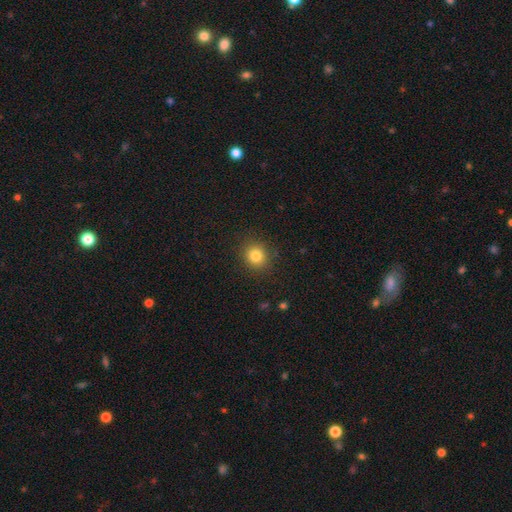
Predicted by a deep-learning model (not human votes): Morphology: type=smooth (82%); roundness=round (84%); merging=none (89%).